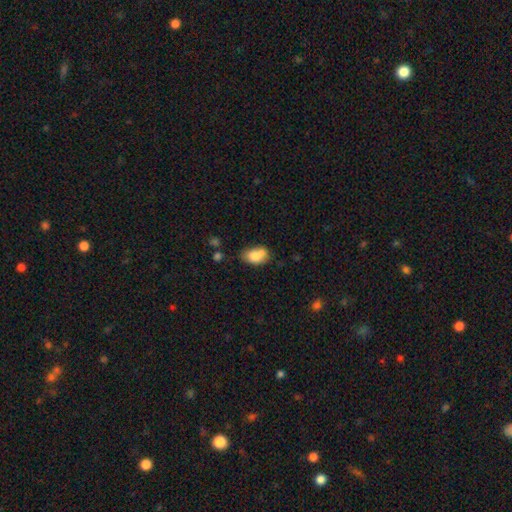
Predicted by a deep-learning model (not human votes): Smooth or featured?
  - smooth: 77% *
  - featured or disk: 14%
  - star or artifact: 9%
How rounded?
  - in between: 84% *
  - round: 14%
  - cigar-shaped: 2%
Merging?
  - none: 45% *
  - minor disturbance: 25%
  - merger: 23%
  - major disturbance: 7%